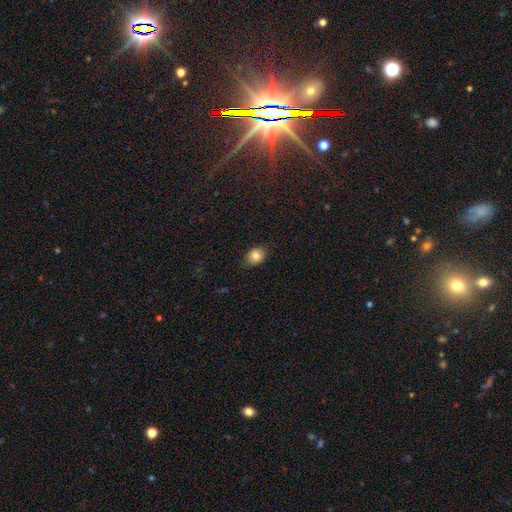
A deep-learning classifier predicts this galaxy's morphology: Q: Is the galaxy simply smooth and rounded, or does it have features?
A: smooth — 82%.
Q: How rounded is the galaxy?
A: in between — 61%.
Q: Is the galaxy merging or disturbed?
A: none — 81%.